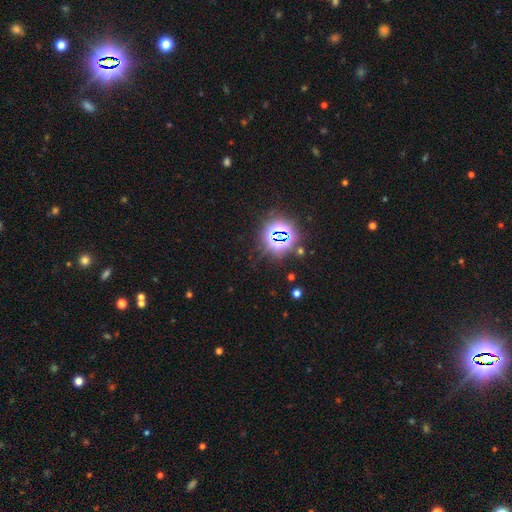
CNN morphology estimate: smooth_or_featured: star or artifact (p=0.82) [alt: smooth p=0.11]